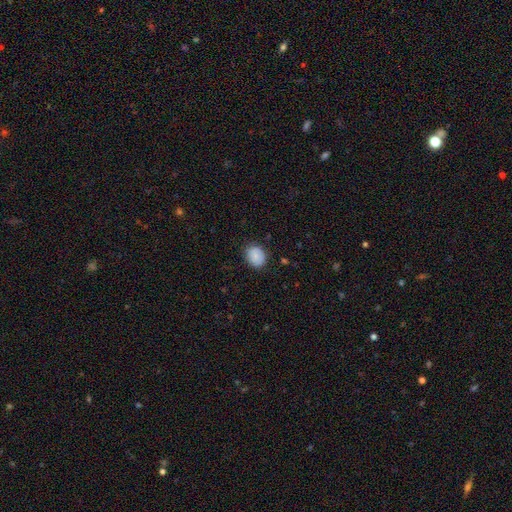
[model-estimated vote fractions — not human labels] Smooth or featured? Predicted: smooth (p=0.82). How rounded? Predicted: round (p=0.58). Merging? Predicted: none (p=0.79).